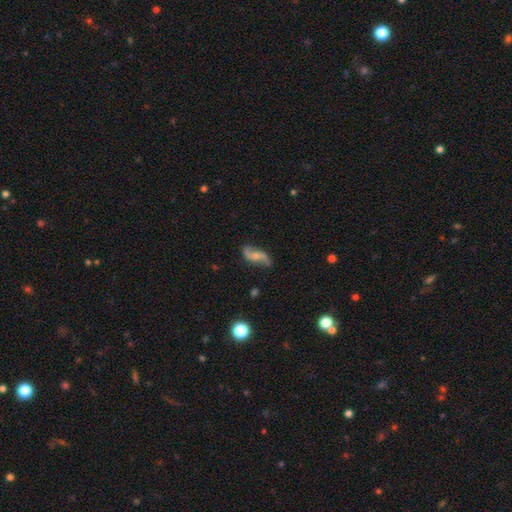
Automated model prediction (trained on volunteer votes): smooth-or-featured: featured or disk: 76% | smooth: 18% | star or artifact: 7%
  disk-edge-on: no: 94% | yes: 6%
    bar: no: 55% | weak: 34% | strong: 11%
    has-spiral-arms: yes: 93% | no: 7%
      spiral-winding: loose: 82% | medium: 14% | tight: 5%
      spiral-arm-count: 2: 92% | can't tell: 3% | 1: 2% | 3: 1% | 4: 1% | more than 4: 1%
    bulge-size: small: 48% | moderate: 34% | none: 14% | large: 3% | dominant: 1%
  merging: none: 74% | minor disturbance: 18% | major disturbance: 6% | merger: 2%